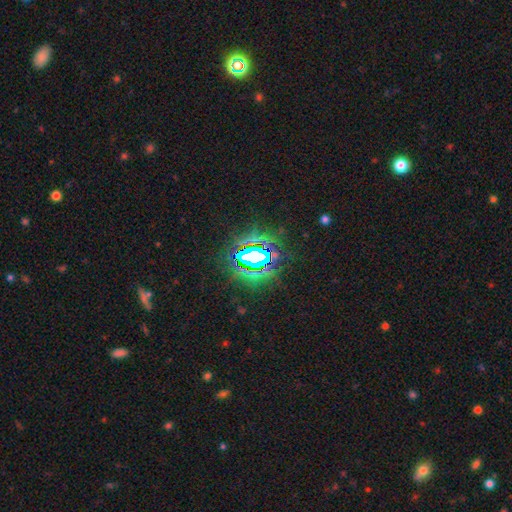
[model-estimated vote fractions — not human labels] Smooth or featured: star or artifact — 82% (smooth — 10%)